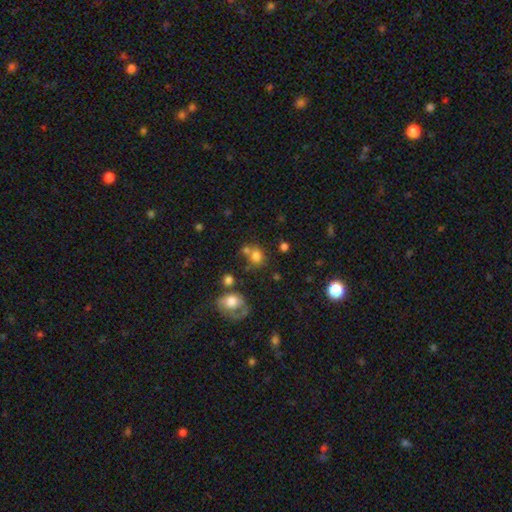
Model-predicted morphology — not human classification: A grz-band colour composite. It shows a smooth galaxy with no disk features (77%) that is round (74%). Merging: none (53%).